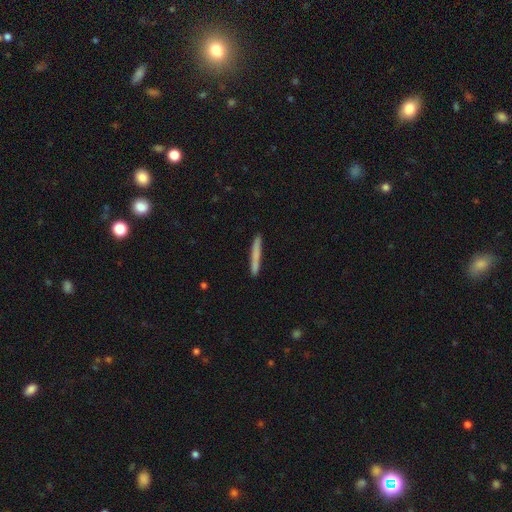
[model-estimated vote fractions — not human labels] Smooth or featured: smooth — 74% (featured or disk — 20%)
How rounded: cigar-shaped — 97% (in between — 2%)
Merging: none — 90% (minor disturbance — 7%)